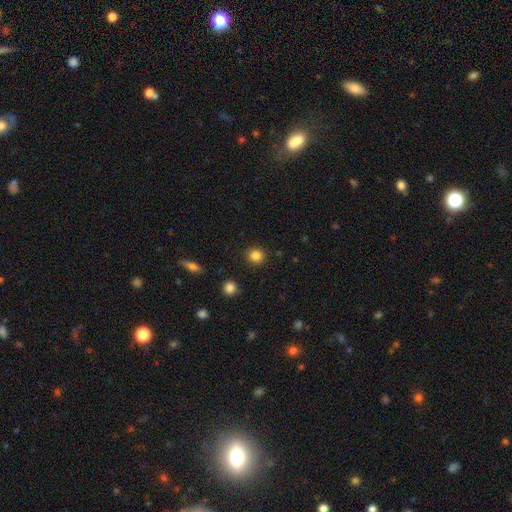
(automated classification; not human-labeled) A smooth galaxy with no disk features (84%) that is round (92%). Merging: none (92%).